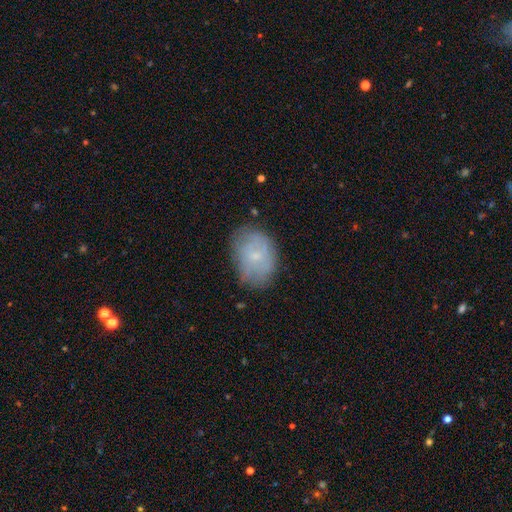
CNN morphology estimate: This appears to be a smooth galaxy with no disk features (57%) that is in between round and cigar-shaped (77%). Merging: none (72%).